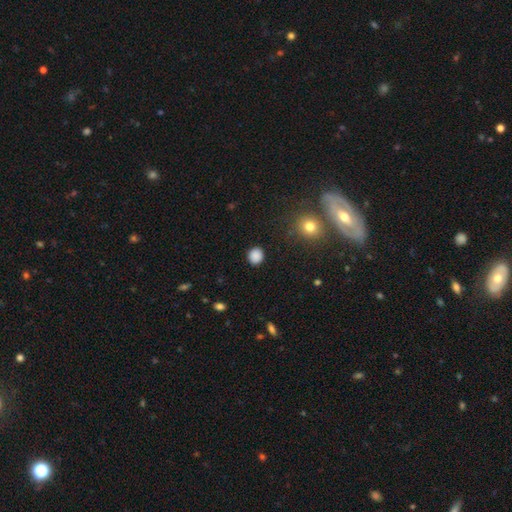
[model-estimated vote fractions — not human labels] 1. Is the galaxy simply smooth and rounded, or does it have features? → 87% smooth, 10% star or artifact, 3% featured or disk.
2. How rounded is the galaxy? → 84% round, 15% in between, 1% cigar-shaped.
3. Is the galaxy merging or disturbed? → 90% none, 7% minor disturbance, 2% major disturbance, 1% merger.